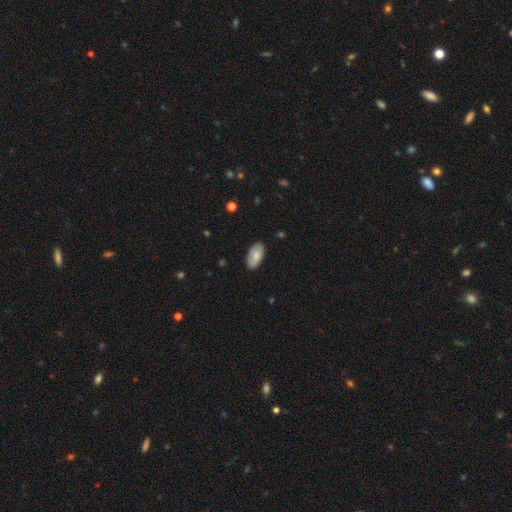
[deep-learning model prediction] Overall: smooth (79%). How rounded: in between (95%). Merging: none (85%).